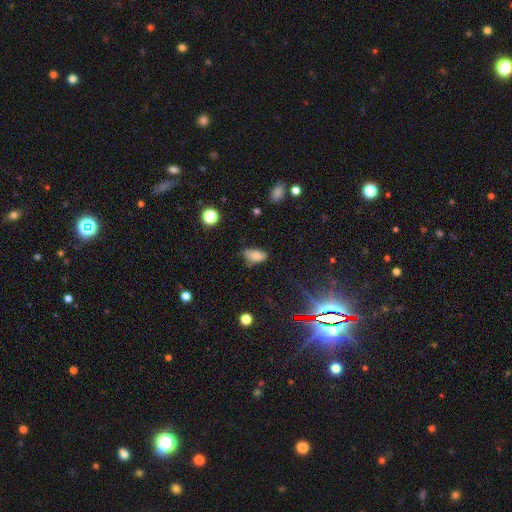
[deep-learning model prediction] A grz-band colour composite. It shows a smooth galaxy with no disk features (79%) that is in between round and cigar-shaped (92%). Merging: none (58%).